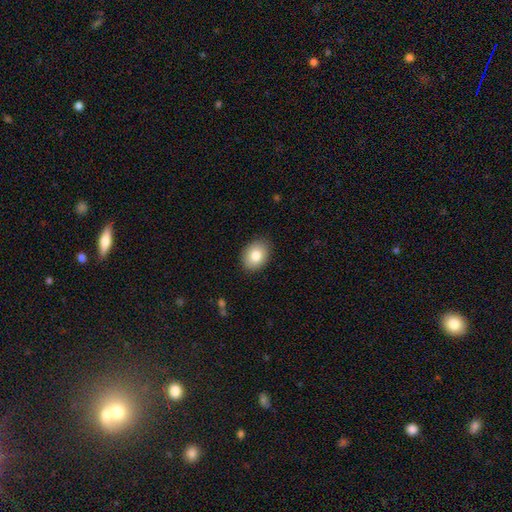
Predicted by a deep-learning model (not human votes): smooth 82%, featured or disk 10%, star or artifact 8%. Down the decision tree: how rounded — in between (60%); merging — none (88%).